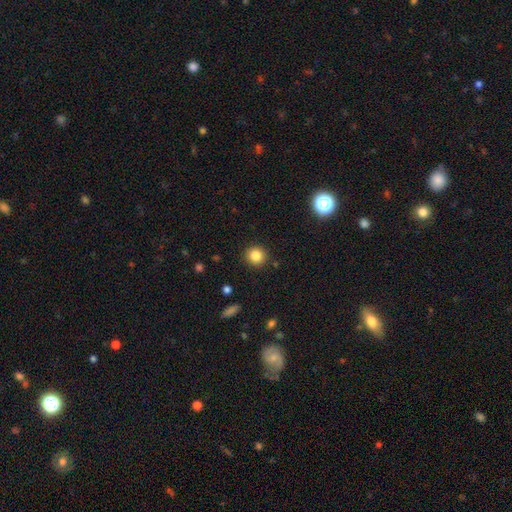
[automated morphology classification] Overall: smooth (84%). How rounded: round (90%). Merging: none (91%).